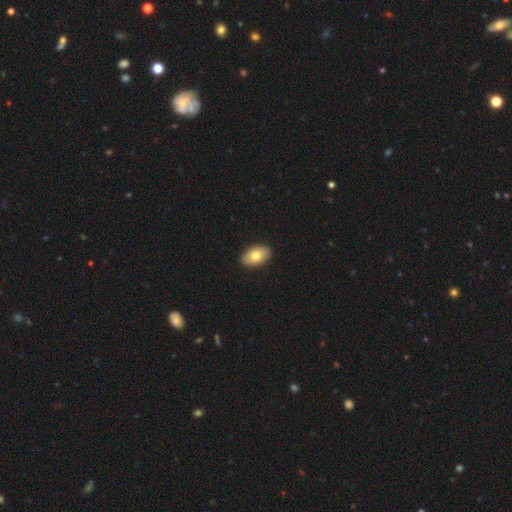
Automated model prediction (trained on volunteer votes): Overall: smooth (77%). How rounded: in between (92%). Merging: none (91%).